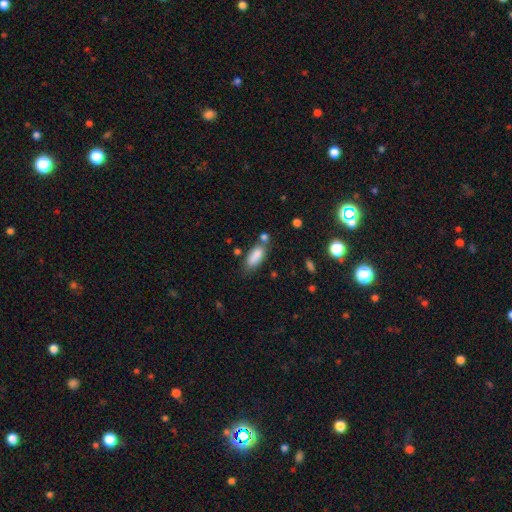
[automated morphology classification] Smooth or featured: smooth — 85% (star or artifact — 8%)
How rounded: in between — 81% (cigar-shaped — 17%)
Merging: none — 57% (minor disturbance — 20%)